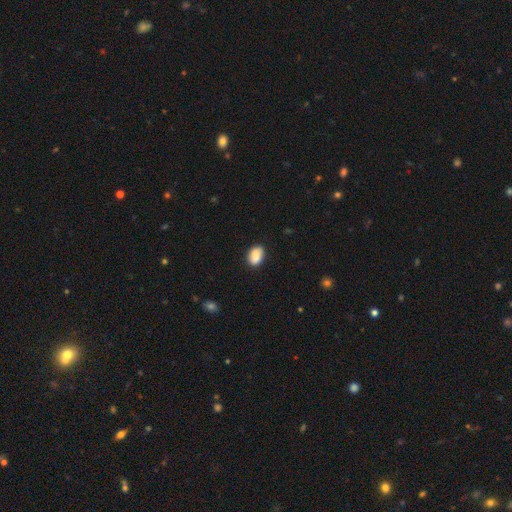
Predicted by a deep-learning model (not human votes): Smooth or featured?
  - smooth: 83% *
  - featured or disk: 9%
  - star or artifact: 8%
How rounded?
  - in between: 82% *
  - round: 16%
  - cigar-shaped: 2%
Merging?
  - none: 83% *
  - minor disturbance: 13%
  - major disturbance: 3%
  - merger: 2%